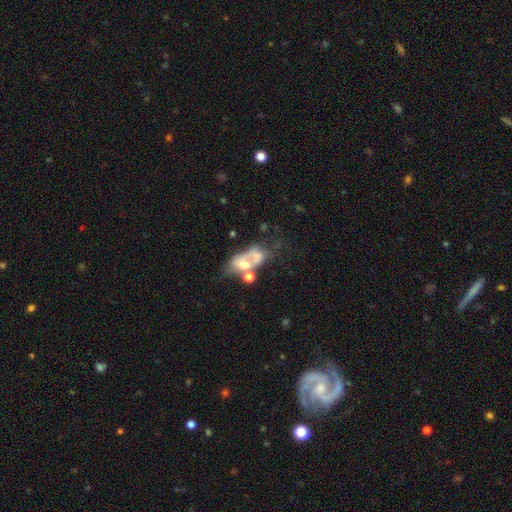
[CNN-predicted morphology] Overall: smooth (44%, tied with featured or disk). Merging: merger (54%; major disturbance 18%).